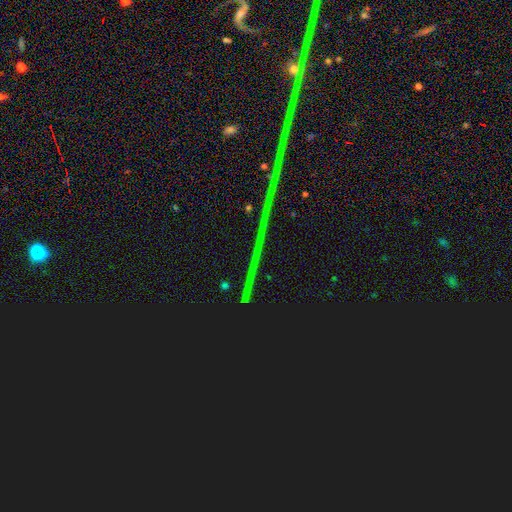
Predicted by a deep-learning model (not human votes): Smooth or featured? star or artifact (89%)